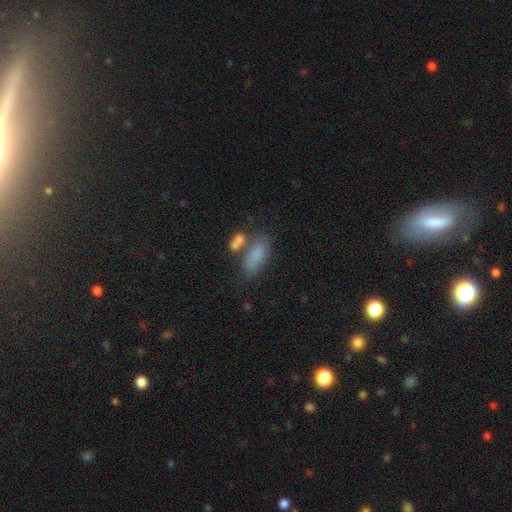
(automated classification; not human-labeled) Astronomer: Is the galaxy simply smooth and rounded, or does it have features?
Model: smooth — 80%.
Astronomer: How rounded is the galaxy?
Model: in between — 83%.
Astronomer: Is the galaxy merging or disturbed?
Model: none — 51%.